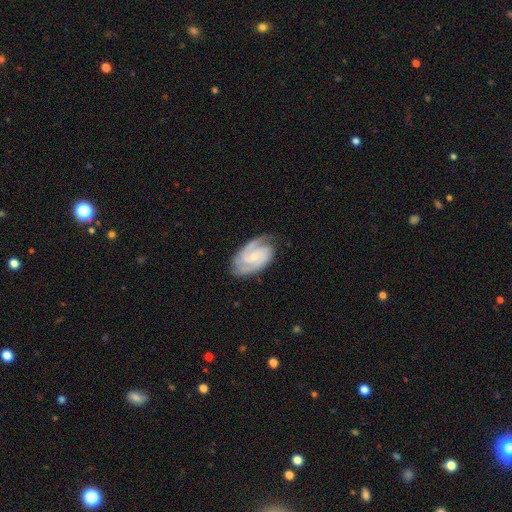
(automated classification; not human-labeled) Smooth or featured? featured or disk (87%)
Edge-on disk? no (97%)
Bar? no (56%)
Spiral arms? yes (98%)
Spiral winding? tight (56%)
Spiral arm count? 2 (56%)
Bulge size? small (67%)
Merging? none (74%)